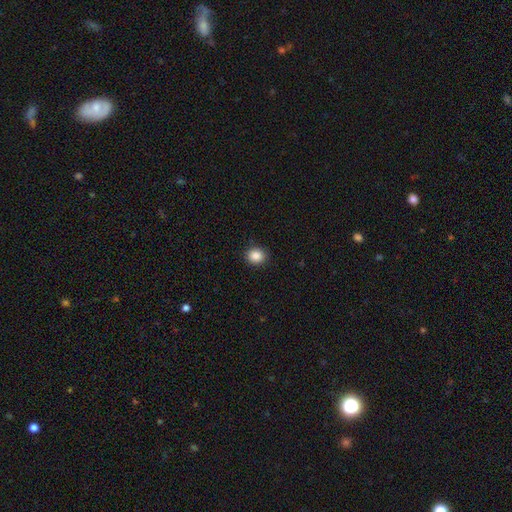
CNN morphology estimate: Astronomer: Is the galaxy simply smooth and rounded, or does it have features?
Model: smooth — 87%.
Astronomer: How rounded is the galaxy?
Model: round — 79%.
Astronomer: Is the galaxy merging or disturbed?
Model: none — 90%.